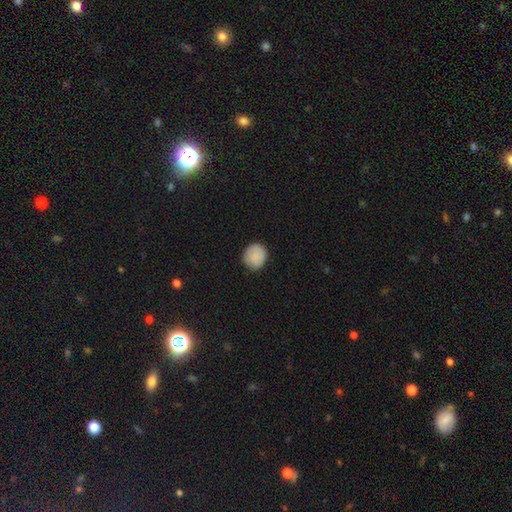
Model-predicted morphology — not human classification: smooth-or-featured: smooth: 87% | star or artifact: 7% | featured or disk: 6%
  how-rounded: round: 83% | in between: 16% | cigar-shaped: 1%
  merging: none: 82% | minor disturbance: 15% | major disturbance: 3% | merger: 1%